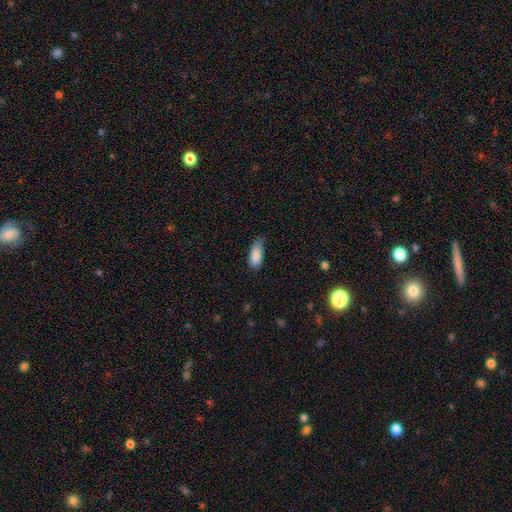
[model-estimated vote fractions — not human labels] This appears to be a smooth galaxy with no disk features (87%) that is in between round and cigar-shaped (84%). Merging: none (53%).